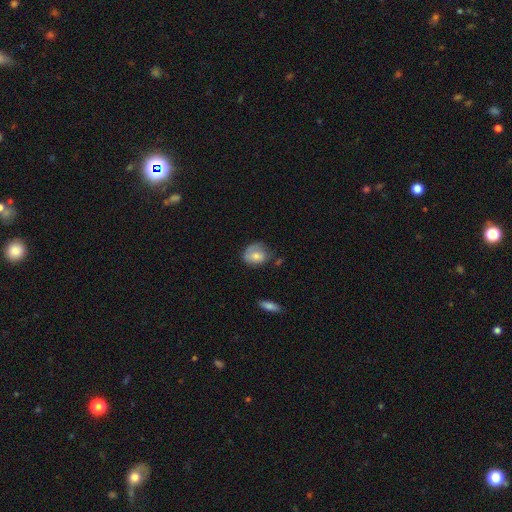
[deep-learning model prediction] A smooth galaxy with no disk features (69%) that is in between round and cigar-shaped (54%). Merging: none (49%).